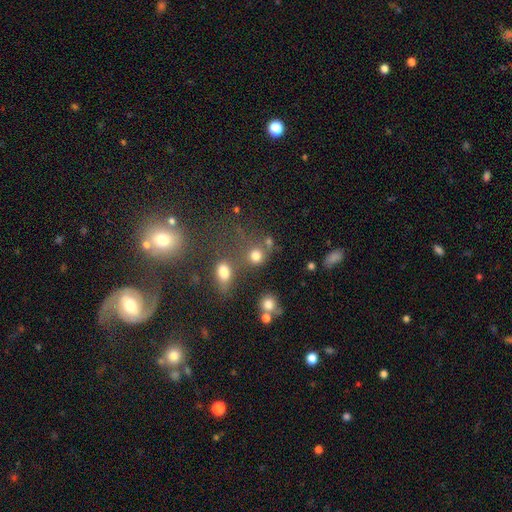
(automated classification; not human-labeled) A smooth galaxy with no disk features (76%) that is round (79%). Merging: none (53%).